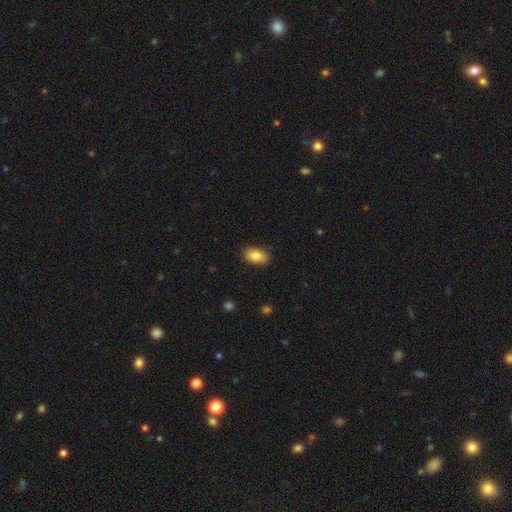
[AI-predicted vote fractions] Q: Smooth or featured?
A: smooth (84%); runner-up: featured or disk (8%)
Q: How rounded?
A: in between (92%); runner-up: round (7%)
Q: Merging?
A: none (87%); runner-up: minor disturbance (10%)